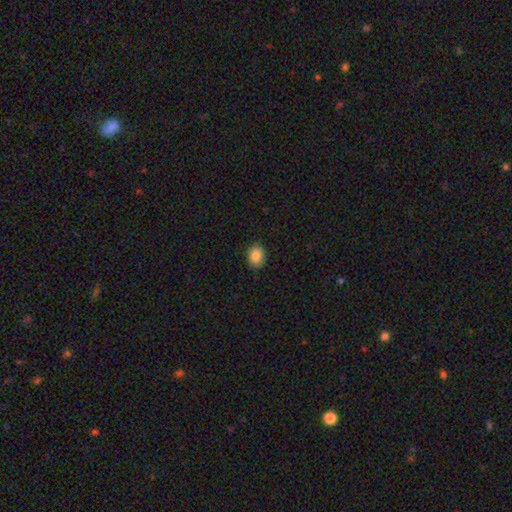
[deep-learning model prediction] Smooth or featured?
  - smooth: 86% *
  - star or artifact: 8%
  - featured or disk: 5%
How rounded?
  - in between: 65% *
  - round: 34%
  - cigar-shaped: 1%
Merging?
  - none: 88% *
  - minor disturbance: 9%
  - major disturbance: 2%
  - merger: 1%